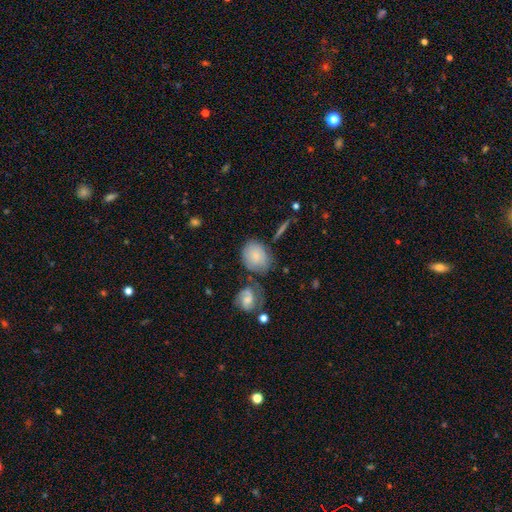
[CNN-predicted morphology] smooth 72%, featured or disk 19%, star or artifact 8%. Down the decision tree: how rounded — round (60%); merging — none (60%).